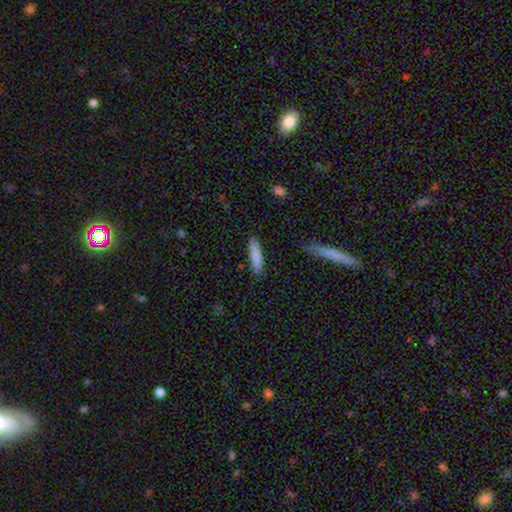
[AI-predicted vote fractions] Q: Smooth or featured?
A: smooth (85%); runner-up: featured or disk (8%)
Q: How rounded?
A: cigar-shaped (74%); runner-up: in between (25%)
Q: Merging?
A: none (87%); runner-up: minor disturbance (9%)